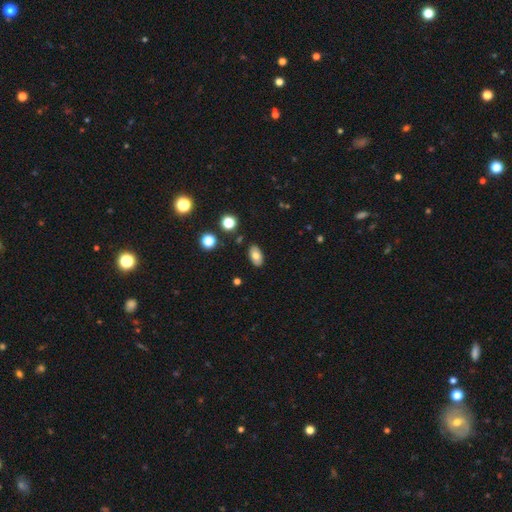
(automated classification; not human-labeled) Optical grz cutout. It shows a smooth galaxy with no disk features (74%) that is in between round and cigar-shaped (92%). Merging: none (86%).